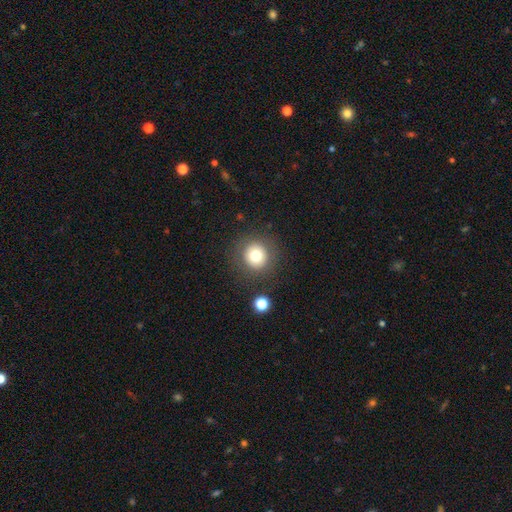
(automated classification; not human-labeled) smooth_or_featured: smooth (p=0.73) [alt: featured or disk p=0.14]
how_rounded: round (p=0.94) [alt: in between p=0.05]
merging: none (p=0.86) [alt: minor disturbance p=0.07]